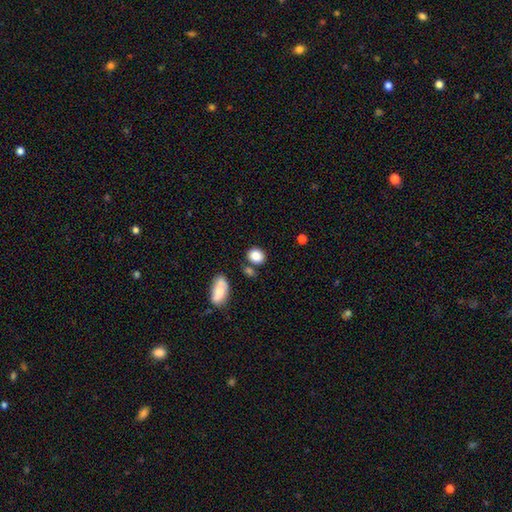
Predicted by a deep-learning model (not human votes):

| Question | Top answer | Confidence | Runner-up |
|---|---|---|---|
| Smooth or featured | smooth | 86% | star or artifact (9%) |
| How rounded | round | 55% | in between (44%) |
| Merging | none | 70% | minor disturbance (15%) |